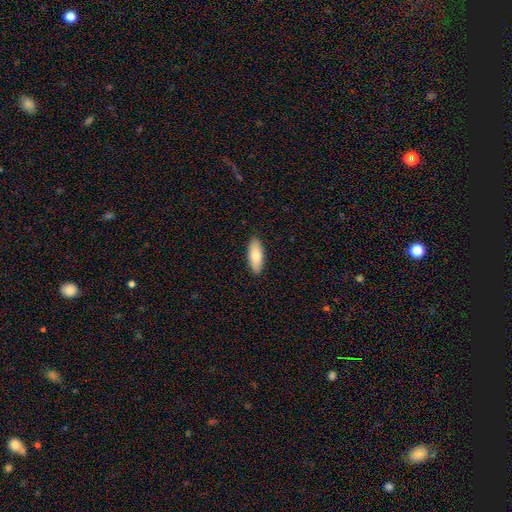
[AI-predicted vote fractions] This is clearly a smooth galaxy (82%). How rounded: likely in between (78%). Merging: clearly none (90%).